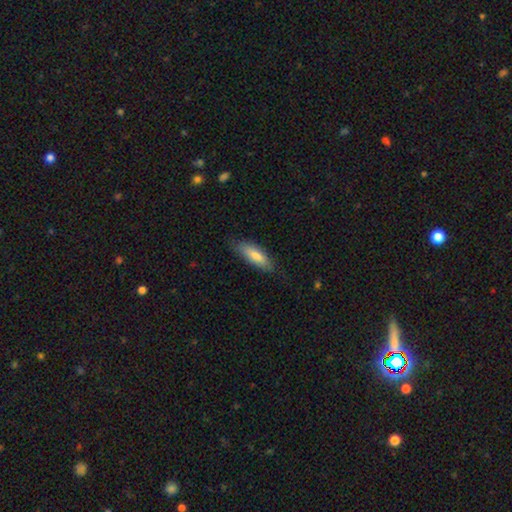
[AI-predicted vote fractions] Smooth or featured? smooth (74%)
How rounded? in between (51%)
Merging? none (80%)